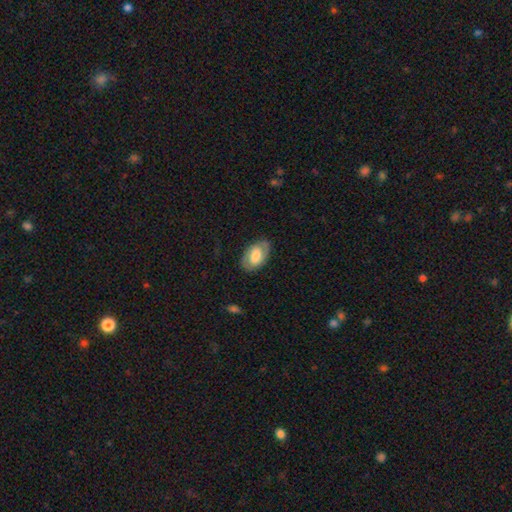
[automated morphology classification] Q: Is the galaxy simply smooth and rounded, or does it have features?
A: smooth — 57%.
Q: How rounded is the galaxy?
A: in between — 93%.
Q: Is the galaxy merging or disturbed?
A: none — 80%.